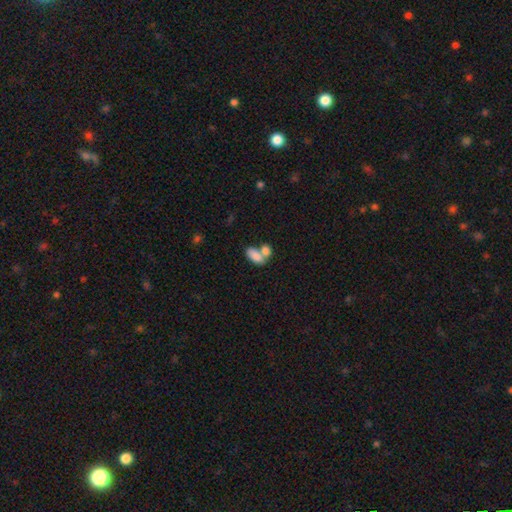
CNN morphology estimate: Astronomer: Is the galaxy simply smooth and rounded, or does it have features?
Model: smooth — 82%.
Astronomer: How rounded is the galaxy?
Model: in between — 91%.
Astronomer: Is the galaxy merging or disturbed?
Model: merger — 60%.